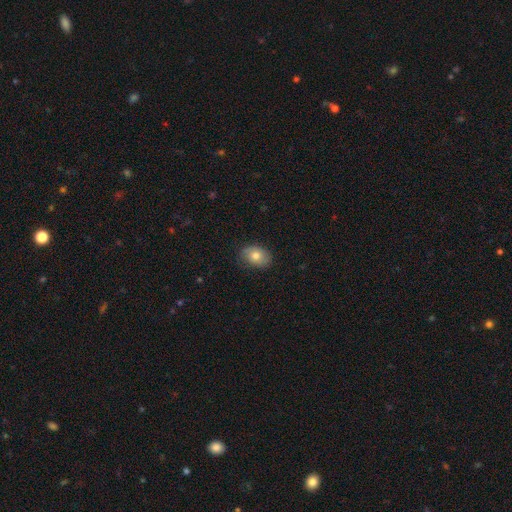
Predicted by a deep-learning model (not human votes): Q: Smooth or featured?
A: smooth (77%); runner-up: featured or disk (15%)
Q: How rounded?
A: in between (74%); runner-up: round (25%)
Q: Merging?
A: none (81%); runner-up: minor disturbance (15%)